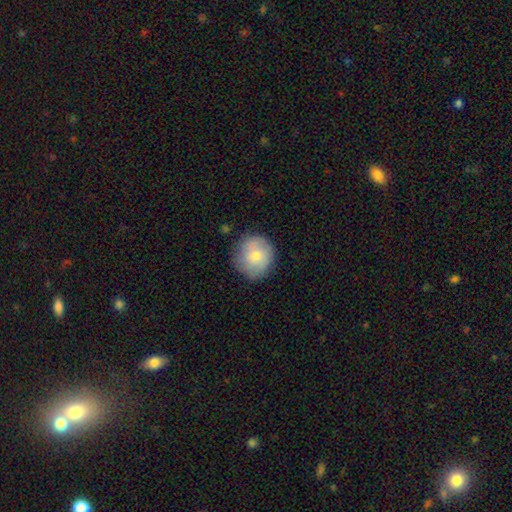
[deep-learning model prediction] Smooth or featured? Predicted: smooth (p=0.74). How rounded? Predicted: round (p=0.91). Merging? Predicted: none (p=0.76).